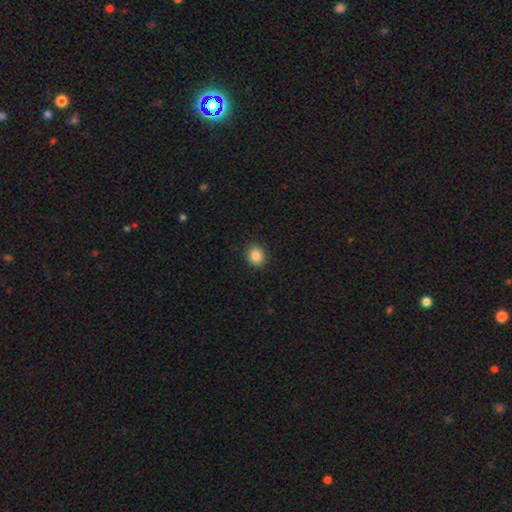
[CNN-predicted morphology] Smooth or featured? Predicted: smooth (p=0.85). How rounded? Predicted: round (p=0.77). Merging? Predicted: none (p=0.91).